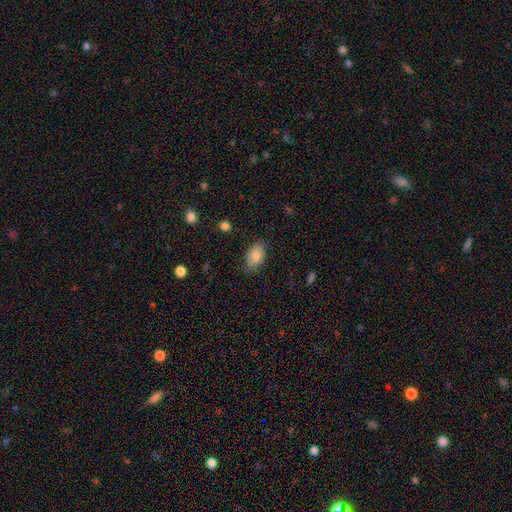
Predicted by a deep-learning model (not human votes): A smooth galaxy with no disk features (85%) that is in between round and cigar-shaped (91%). Merging: none (79%).